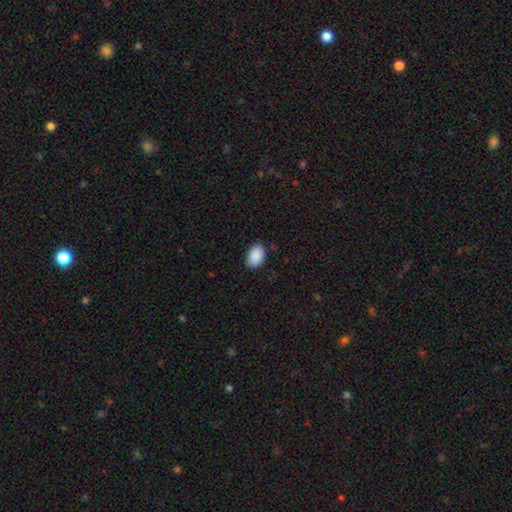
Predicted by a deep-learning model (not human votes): A smooth galaxy with no disk features (90%) that is in between round and cigar-shaped (89%). Merging: none (84%).